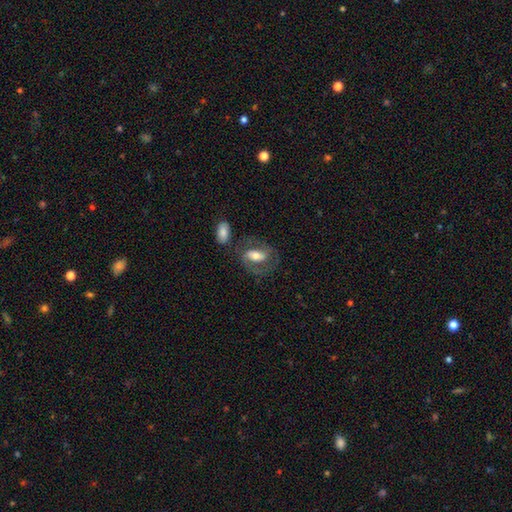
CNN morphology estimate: smooth-or-featured: featured or disk: 54% | smooth: 39% | star or artifact: 7%
  disk-edge-on: no: 92% | yes: 8%
  merging: none: 60% | minor disturbance: 17% | major disturbance: 13% | merger: 9%